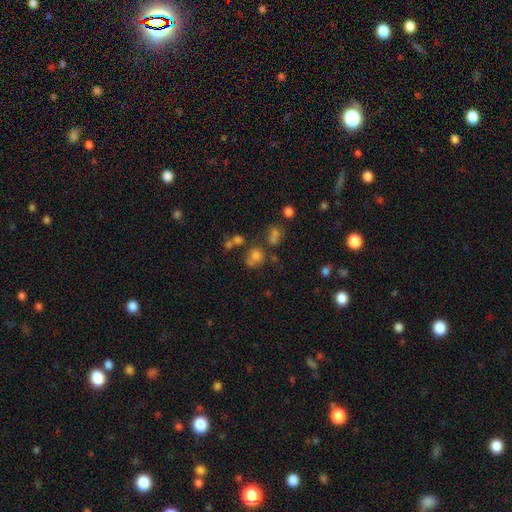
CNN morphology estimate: This is likely a smooth galaxy (68%). How rounded: likely round (71%). Merging: possibly none (51%).